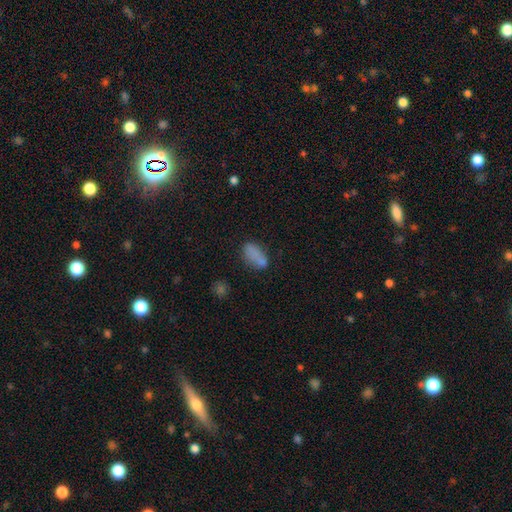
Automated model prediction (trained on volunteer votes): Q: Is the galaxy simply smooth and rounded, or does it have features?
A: smooth — 77%.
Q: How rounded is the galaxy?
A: in between — 87%.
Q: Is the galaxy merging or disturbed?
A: none — 56%.